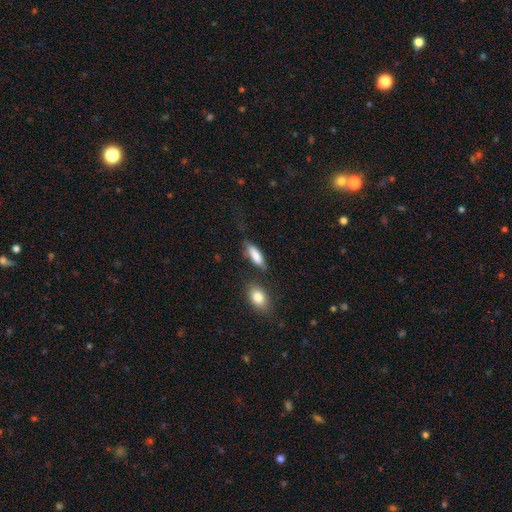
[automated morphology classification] smooth_or_featured: smooth (p=0.80) [alt: featured or disk p=0.13]
how_rounded: in between (p=0.58) [alt: cigar-shaped p=0.39]
merging: none (p=0.61) [alt: minor disturbance p=0.22]